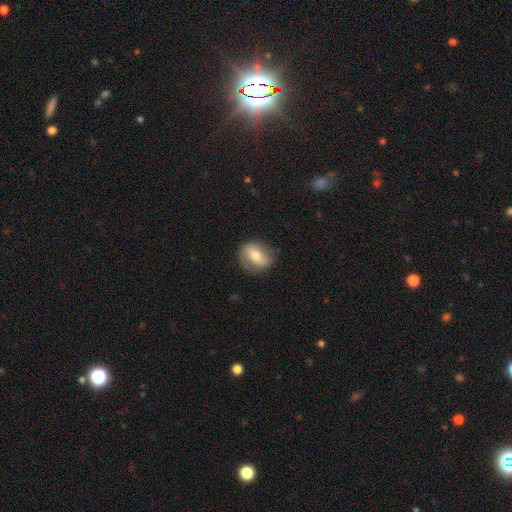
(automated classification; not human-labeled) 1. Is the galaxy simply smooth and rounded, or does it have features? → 51% smooth, 42% featured or disk, 7% star or artifact.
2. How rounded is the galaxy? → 52% round, 46% in between, 2% cigar-shaped.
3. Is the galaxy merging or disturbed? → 78% none, 16% minor disturbance, 5% major disturbance, 1% merger.